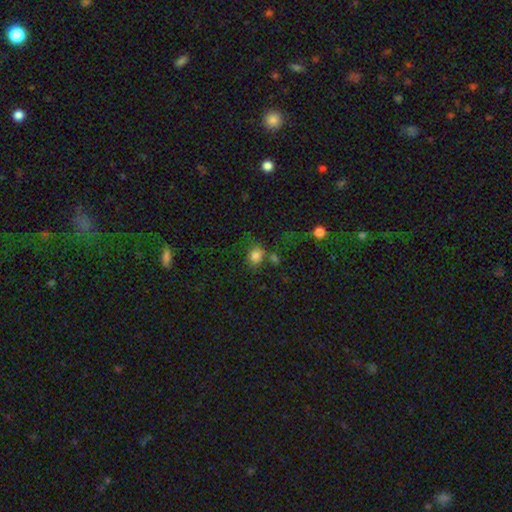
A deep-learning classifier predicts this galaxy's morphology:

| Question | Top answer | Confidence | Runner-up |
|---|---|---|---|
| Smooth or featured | smooth | 81% | star or artifact (12%) |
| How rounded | round | 56% | in between (43%) |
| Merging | none | 58% | minor disturbance (17%) |